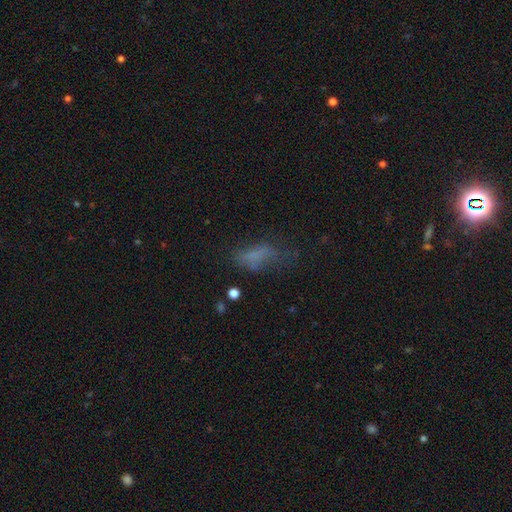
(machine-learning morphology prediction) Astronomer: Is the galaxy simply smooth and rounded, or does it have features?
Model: smooth — 61%.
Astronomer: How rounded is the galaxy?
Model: in between — 71%.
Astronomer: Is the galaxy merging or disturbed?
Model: none — 39% (runner-up: major disturbance, 30%).